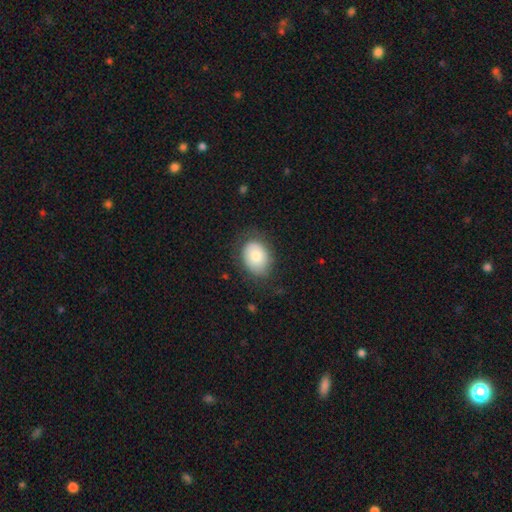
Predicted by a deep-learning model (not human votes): smooth 77%, featured or disk 16%, star or artifact 7%. Down the decision tree: how rounded — in between (65%); merging — none (72%).